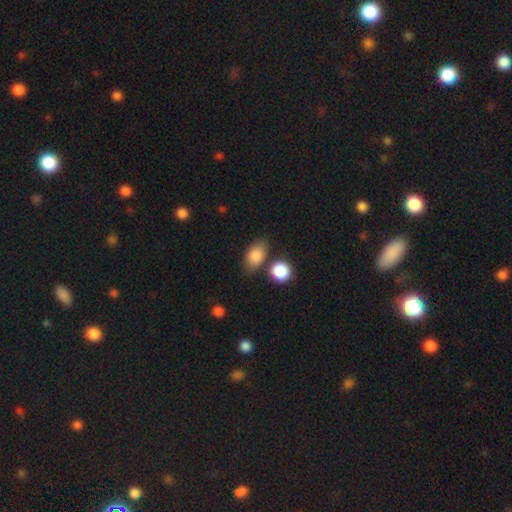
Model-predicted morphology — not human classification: This appears to be a smooth galaxy with no disk features (84%) that is in between round and cigar-shaped (83%). Merging: none (67%).